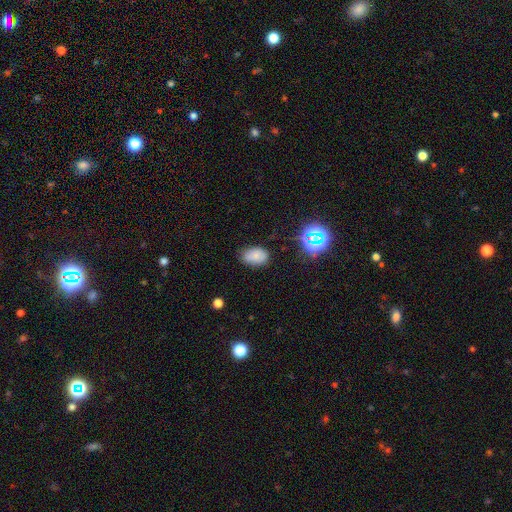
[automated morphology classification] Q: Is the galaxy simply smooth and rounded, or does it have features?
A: smooth — 74%.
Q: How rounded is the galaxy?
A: in between — 84%.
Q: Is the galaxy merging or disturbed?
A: none — 72%.